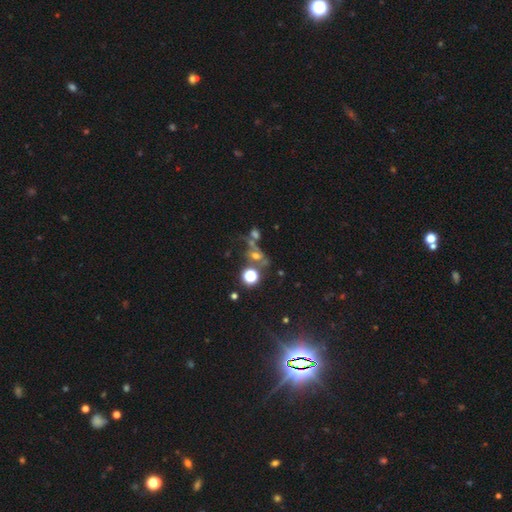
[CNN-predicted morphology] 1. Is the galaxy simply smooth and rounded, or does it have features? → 37% smooth, 33% star or artifact, 30% featured or disk.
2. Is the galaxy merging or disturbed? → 43% none, 28% merger, 15% major disturbance, 14% minor disturbance.